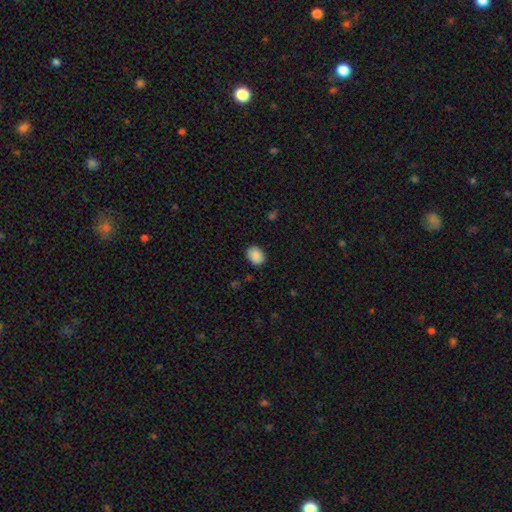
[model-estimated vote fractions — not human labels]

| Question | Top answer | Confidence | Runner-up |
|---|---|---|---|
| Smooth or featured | smooth | 89% | star or artifact (7%) |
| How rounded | in between | 60% | round (39%) |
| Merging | none | 88% | minor disturbance (9%) |